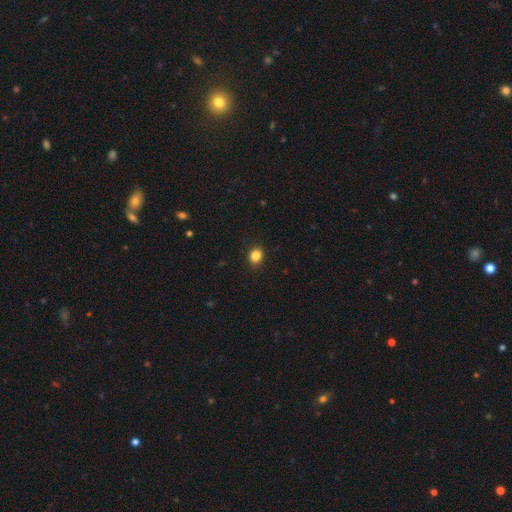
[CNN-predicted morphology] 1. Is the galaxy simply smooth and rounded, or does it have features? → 85% smooth, 11% star or artifact, 4% featured or disk.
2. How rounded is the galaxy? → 66% round, 33% in between, 1% cigar-shaped.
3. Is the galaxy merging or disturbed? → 91% none, 7% minor disturbance, 2% major disturbance, 1% merger.